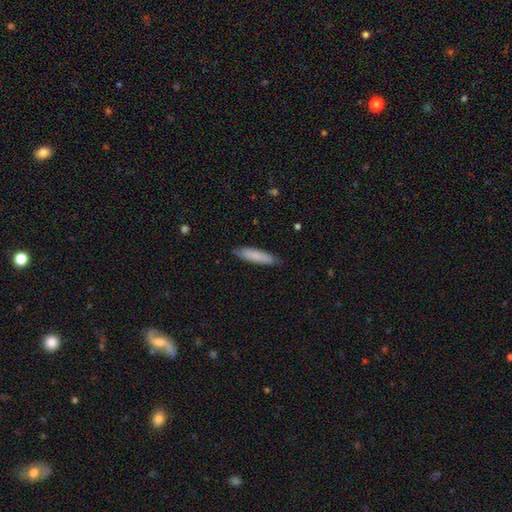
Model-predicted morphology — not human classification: A smooth galaxy with no disk features (80%) that is cigar-shaped (78%).

Vote fractions:
- Smooth or featured? smooth: 80% / featured or disk: 14% / star or artifact: 6%
- How rounded? cigar-shaped: 78% / in between: 21% / round: 1%
- Merging? none: 83% / minor disturbance: 14% / major disturbance: 2% / merger: 1%